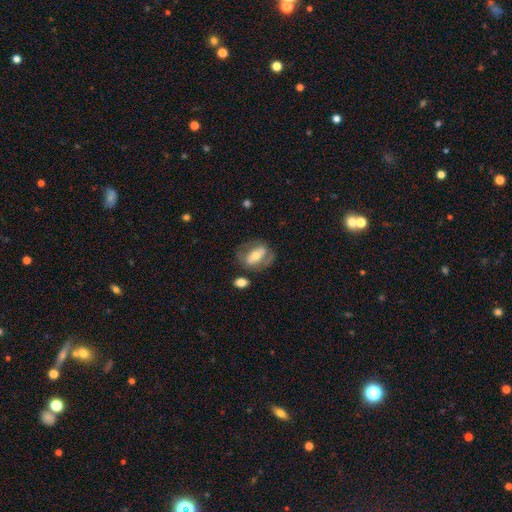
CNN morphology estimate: featured or disk 51%, smooth 42%, star or artifact 7%. Down the decision tree: edge-on disk — no (87%); merging — none (61%).